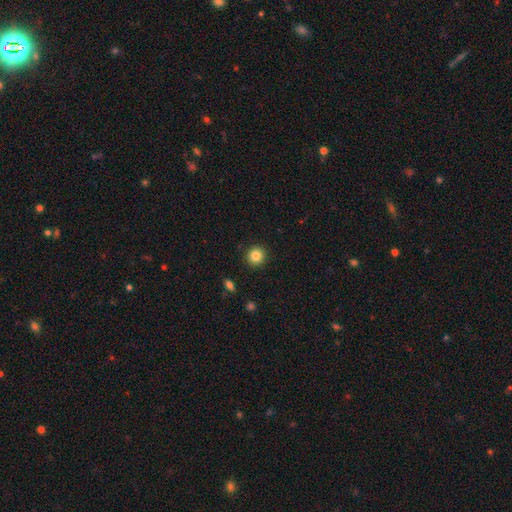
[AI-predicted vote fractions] This is clearly a smooth galaxy (84%). How rounded: clearly round (93%). Merging: clearly none (92%).